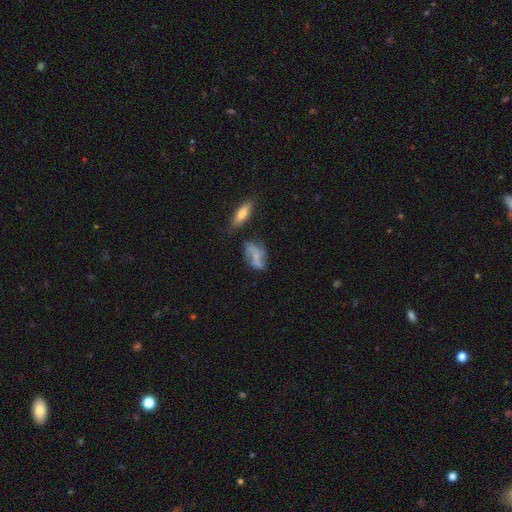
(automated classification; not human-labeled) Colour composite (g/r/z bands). It shows a featured or disk galaxy (56%) with no bar (62%), spiral arms (76%) and no central bulge (52%). Merging: none (51%).